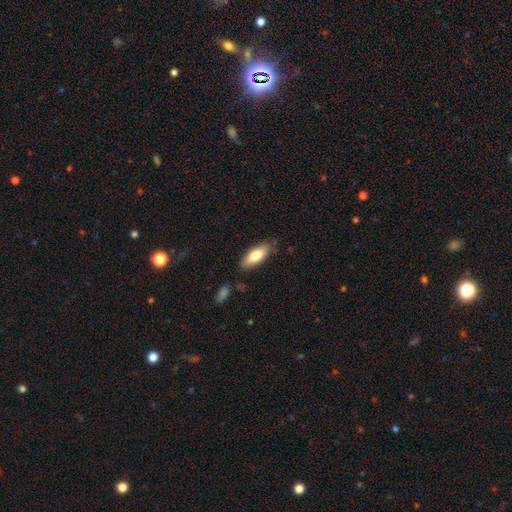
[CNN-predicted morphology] Overall: smooth (77%). How rounded: in between (73%). Merging: none (80%).